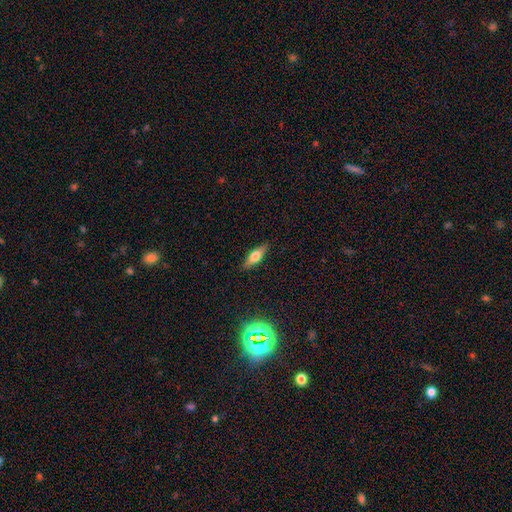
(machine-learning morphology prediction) type=smooth (55%); roundness=in between (51%); merging=none (88%).